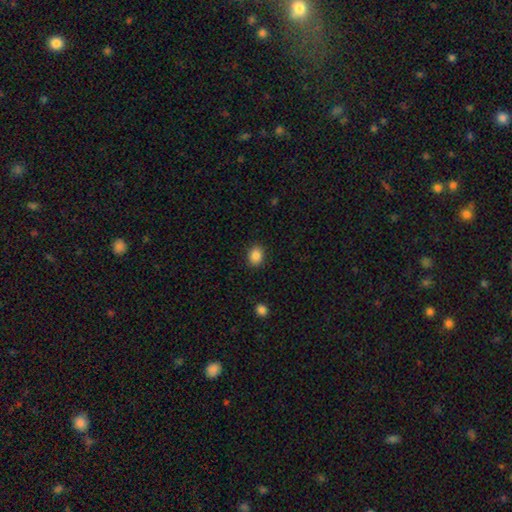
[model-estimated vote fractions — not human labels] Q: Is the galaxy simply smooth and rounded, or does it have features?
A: smooth — 87%.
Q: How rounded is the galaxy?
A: in between — 52%.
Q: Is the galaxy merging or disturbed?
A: none — 90%.